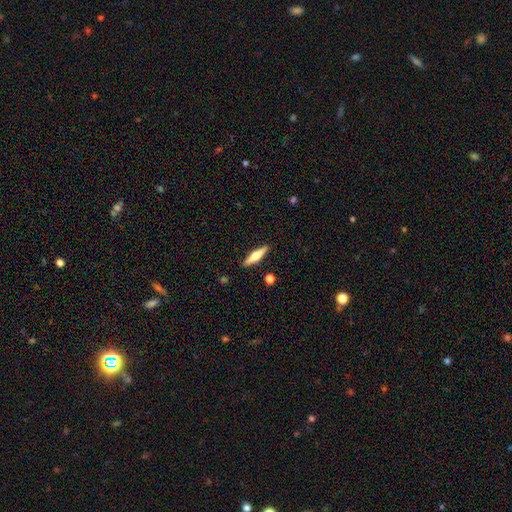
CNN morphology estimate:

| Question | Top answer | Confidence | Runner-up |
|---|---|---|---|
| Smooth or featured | smooth | 47% | tied: featured or disk (47%) |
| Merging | none | 89% | minor disturbance (7%) |